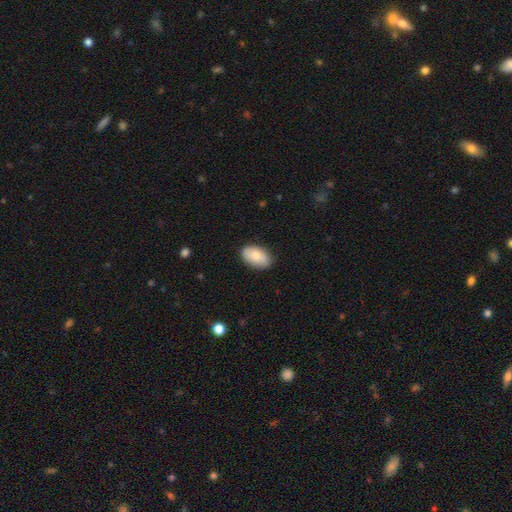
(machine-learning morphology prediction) This appears to be a smooth galaxy with no disk features (84%) that is in between round and cigar-shaped (94%). Merging: none (85%).